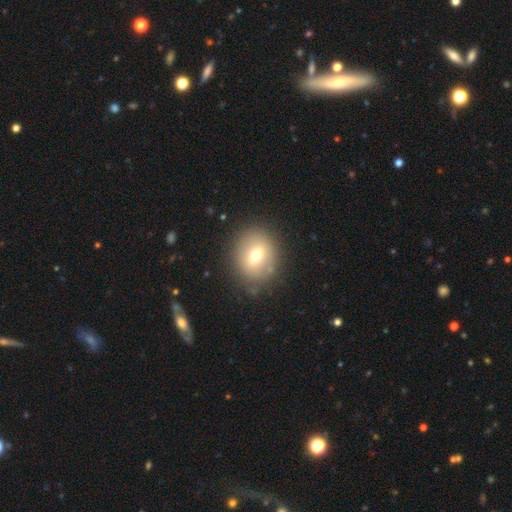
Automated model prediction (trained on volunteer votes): A smooth galaxy with no disk features (63%) that is round (73%).

Vote fractions:
- Smooth or featured? smooth: 63% / featured or disk: 27% / star or artifact: 10%
- How rounded? round: 73% / in between: 26% / cigar-shaped: 1%
- Merging? none: 84% / minor disturbance: 10% / major disturbance: 4% / merger: 2%